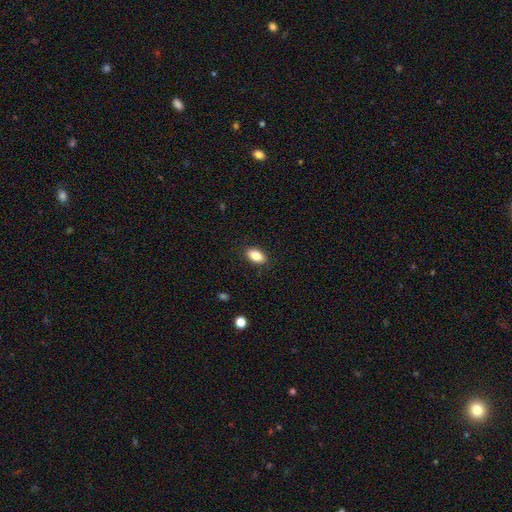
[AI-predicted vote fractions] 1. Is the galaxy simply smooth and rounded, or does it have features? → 85% smooth, 8% star or artifact, 7% featured or disk.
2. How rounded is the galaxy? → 90% in between, 5% round, 4% cigar-shaped.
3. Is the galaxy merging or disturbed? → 88% none, 9% minor disturbance, 2% major disturbance, 1% merger.